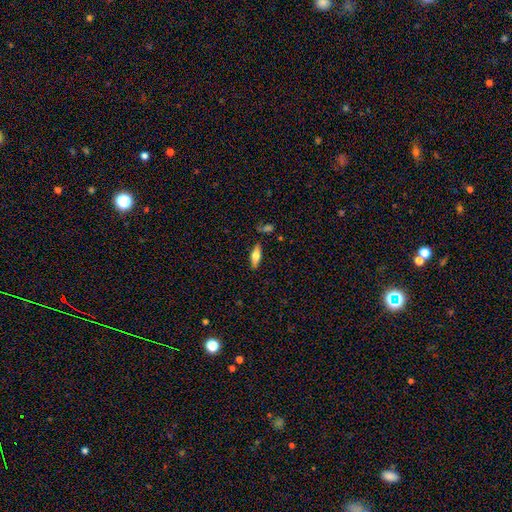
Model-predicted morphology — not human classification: This appears to be a smooth galaxy with no disk features (61%) that is in between round and cigar-shaped (61%). Merging: none (83%).